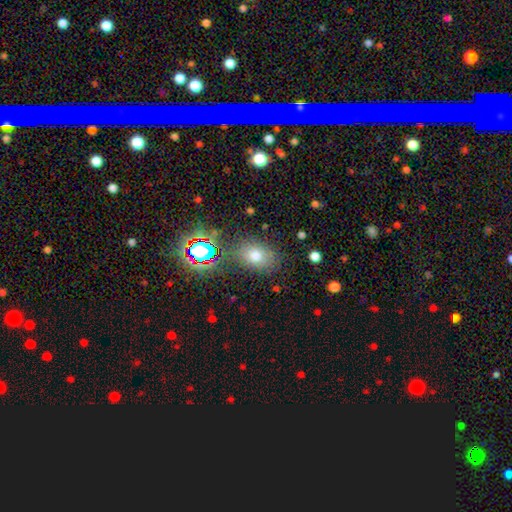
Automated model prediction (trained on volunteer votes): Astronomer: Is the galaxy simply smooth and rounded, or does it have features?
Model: smooth — 69%.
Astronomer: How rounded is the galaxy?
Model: in between — 74%.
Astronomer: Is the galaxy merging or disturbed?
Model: none — 77%.